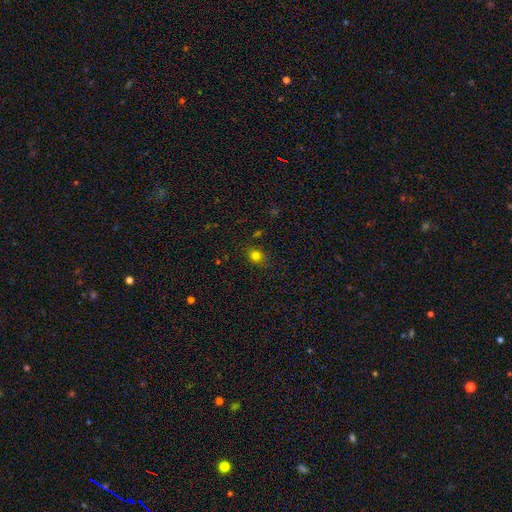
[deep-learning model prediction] Morphology: type=smooth (78%); roundness=round (63%); merging=none (83%).